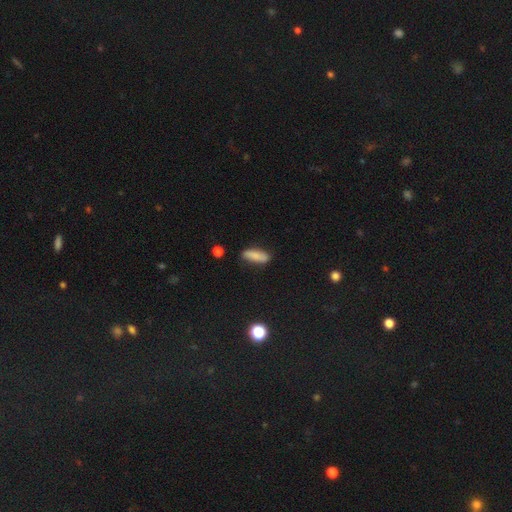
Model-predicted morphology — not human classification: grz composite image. It shows a smooth galaxy with no disk features (84%) that is in between round and cigar-shaped (55%). Merging: none (79%).